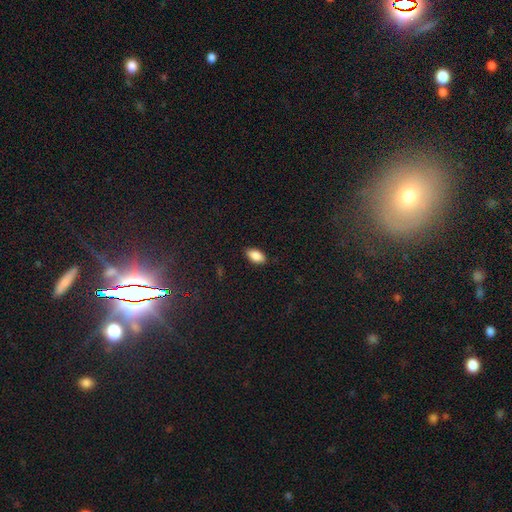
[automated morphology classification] Smooth or featured: smooth — 87% (star or artifact — 8%)
How rounded: in between — 93% (cigar-shaped — 4%)
Merging: none — 86% (minor disturbance — 11%)